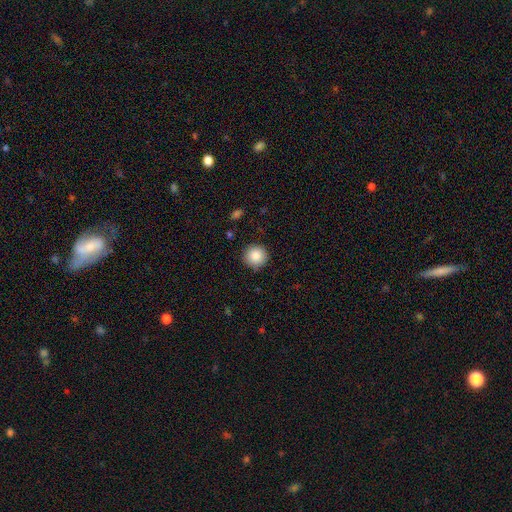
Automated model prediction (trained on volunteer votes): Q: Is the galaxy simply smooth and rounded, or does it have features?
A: smooth — 87%.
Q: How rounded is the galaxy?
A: round — 95%.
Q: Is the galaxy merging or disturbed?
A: none — 90%.